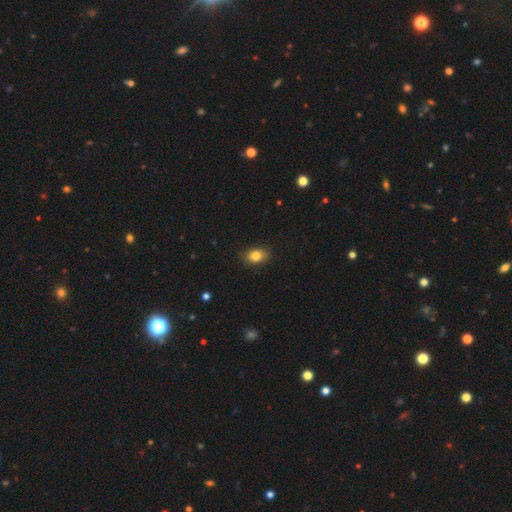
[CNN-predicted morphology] A smooth galaxy with no disk features (84%) that is in between round and cigar-shaped (73%).

Vote fractions:
- Smooth or featured? smooth: 84% / star or artifact: 9% / featured or disk: 7%
- How rounded? in between: 73% / round: 26% / cigar-shaped: 1%
- Merging? none: 83% / minor disturbance: 13% / major disturbance: 3% / merger: 1%